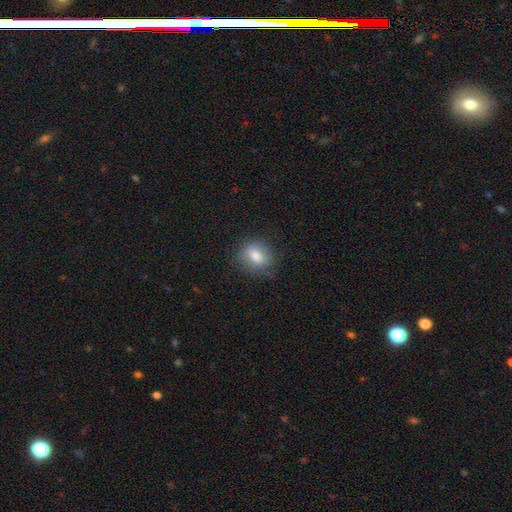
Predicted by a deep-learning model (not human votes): A smooth galaxy with no disk features (75%) that is round (56%). Merging: none (77%).